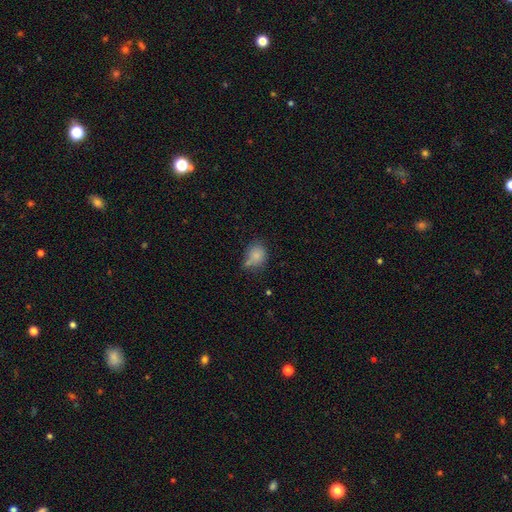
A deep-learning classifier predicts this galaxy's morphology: smooth-or-featured: smooth: 80% | star or artifact: 11% | featured or disk: 9%
  how-rounded: round: 51% | in between: 47% | cigar-shaped: 1%
  merging: none: 49% | minor disturbance: 27% | merger: 15% | major disturbance: 9%